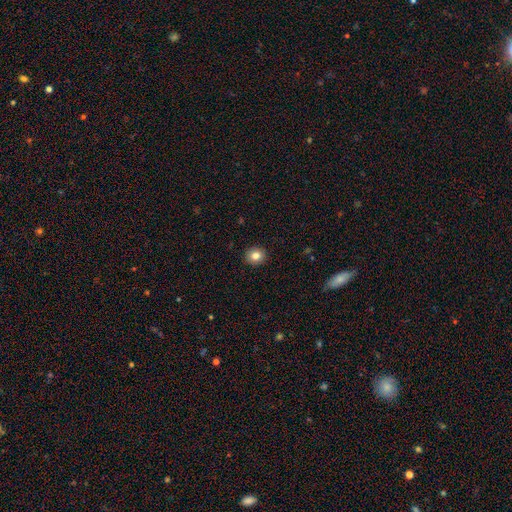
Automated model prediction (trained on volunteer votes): Smooth or featured?
  - smooth: 83% *
  - star or artifact: 10%
  - featured or disk: 7%
How rounded?
  - round: 83% *
  - in between: 16%
  - cigar-shaped: 1%
Merging?
  - none: 92% *
  - minor disturbance: 5%
  - major disturbance: 2%
  - merger: 1%